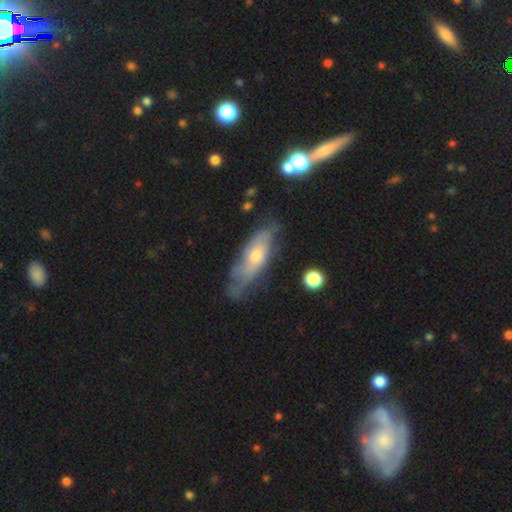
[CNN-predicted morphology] This is possibly a featured or disk galaxy (55%). It is likely not viewed edge-on (71%). Merging: possibly none (52%).